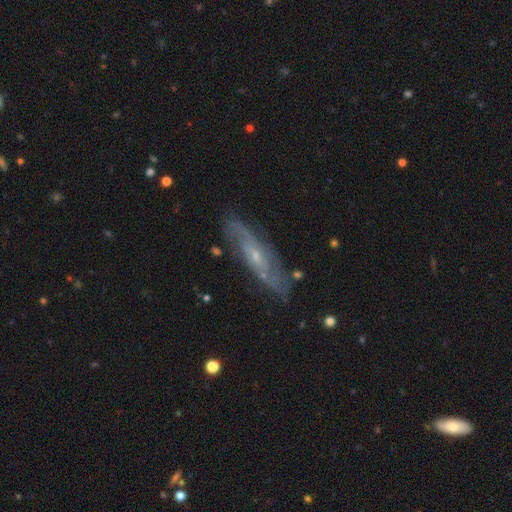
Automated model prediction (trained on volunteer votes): Smooth or featured?
  - featured or disk: 76% *
  - smooth: 17%
  - star or artifact: 7%
Edge-on disk?
  - no: 67% *
  - yes: 33%
Bar?
  - no: 60% *
  - weak: 33%
  - strong: 7%
Spiral arms?
  - yes: 86% *
  - no: 14%
Bulge size?
  - small: 73% *
  - moderate: 22%
  - none: 3%
  - large: 1%
  - dominant: 1%
Merging?
  - none: 80% *
  - minor disturbance: 15%
  - major disturbance: 4%
  - merger: 2%